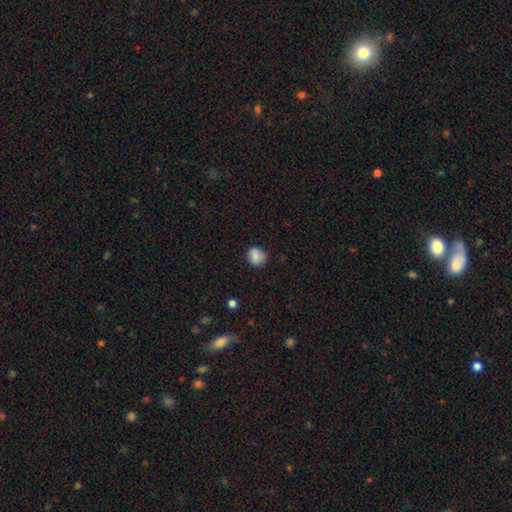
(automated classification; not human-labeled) Overall: smooth (79%). How rounded: round (72%). Merging: none (78%).